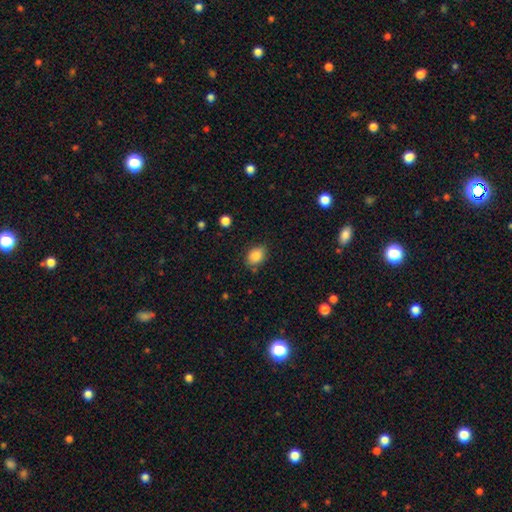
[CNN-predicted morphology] Smooth or featured?
  - smooth: 86% *
  - star or artifact: 9%
  - featured or disk: 6%
How rounded?
  - in between: 74% *
  - round: 25%
  - cigar-shaped: 1%
Merging?
  - none: 80% *
  - minor disturbance: 15%
  - major disturbance: 3%
  - merger: 2%